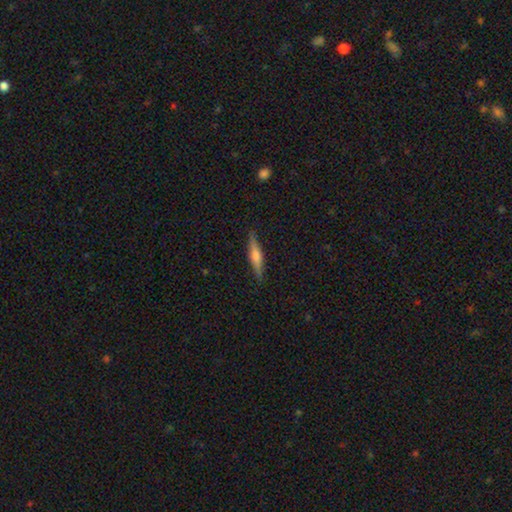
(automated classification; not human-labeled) Smooth or featured? featured or disk (64%)
Edge-on disk? yes (97%)
Edge-on bulge? rounded (85%)
Merging? none (90%)